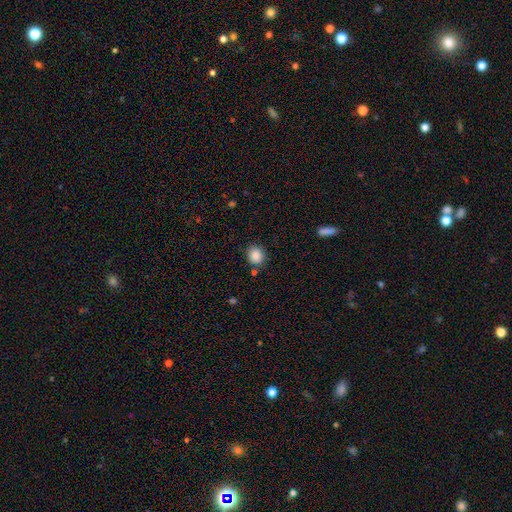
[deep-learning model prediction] Smooth or featured: smooth — 87% (star or artifact — 9%)
How rounded: round — 72% (in between — 27%)
Merging: none — 82% (minor disturbance — 11%)